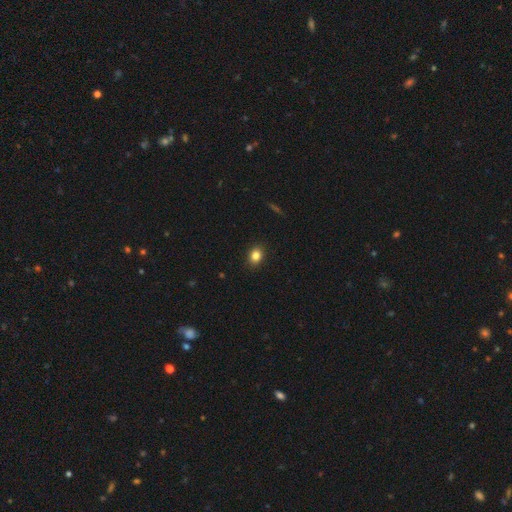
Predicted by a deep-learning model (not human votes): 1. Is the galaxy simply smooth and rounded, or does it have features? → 84% smooth, 11% star or artifact, 6% featured or disk.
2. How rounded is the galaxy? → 51% in between, 48% round, 1% cigar-shaped.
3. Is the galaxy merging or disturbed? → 89% none, 8% minor disturbance, 2% major disturbance, 1% merger.